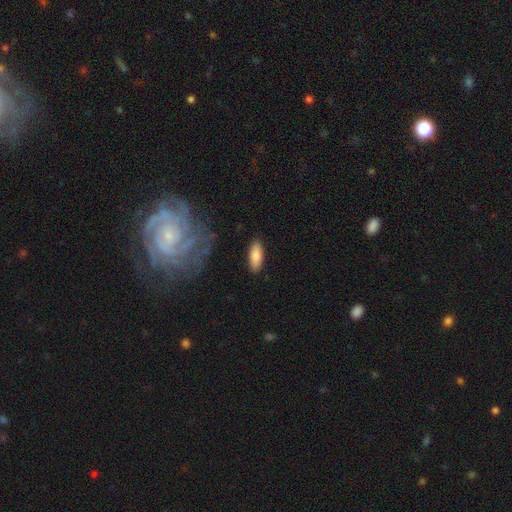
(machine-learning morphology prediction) Smooth or featured?
  - smooth: 85% *
  - featured or disk: 9%
  - star or artifact: 6%
How rounded?
  - in between: 74% *
  - cigar-shaped: 24%
  - round: 2%
Merging?
  - none: 87% *
  - minor disturbance: 10%
  - major disturbance: 2%
  - merger: 1%